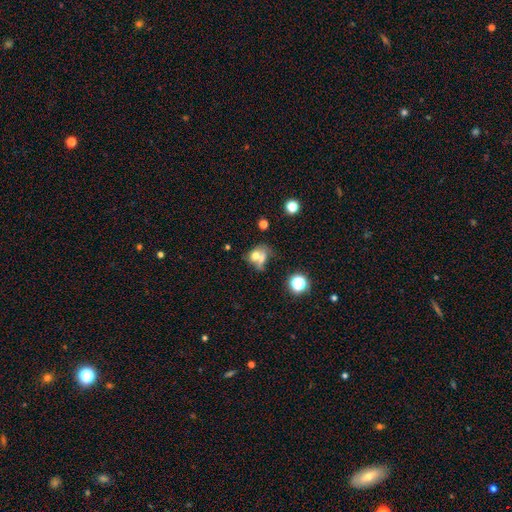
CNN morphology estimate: The model was most divided on "how rounded" (2-way tie): round: 49%, in between: 49%, cigar-shaped: 2%. More confident: smooth or featured — smooth (60%); merging — merger (57%).